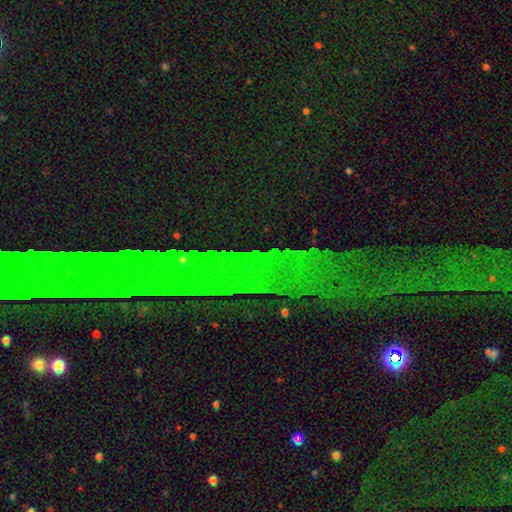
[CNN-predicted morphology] Q: Smooth or featured?
A: star or artifact (72%); runner-up: featured or disk (15%)